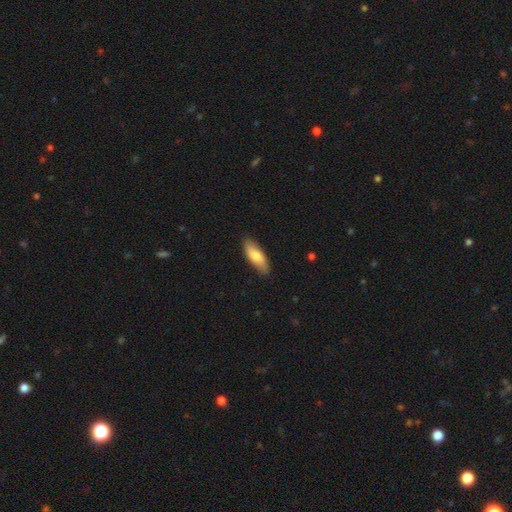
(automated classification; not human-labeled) Q: Smooth or featured?
A: smooth (76%); runner-up: featured or disk (18%)
Q: How rounded?
A: in between (67%); runner-up: cigar-shaped (31%)
Q: Merging?
A: none (84%); runner-up: minor disturbance (13%)